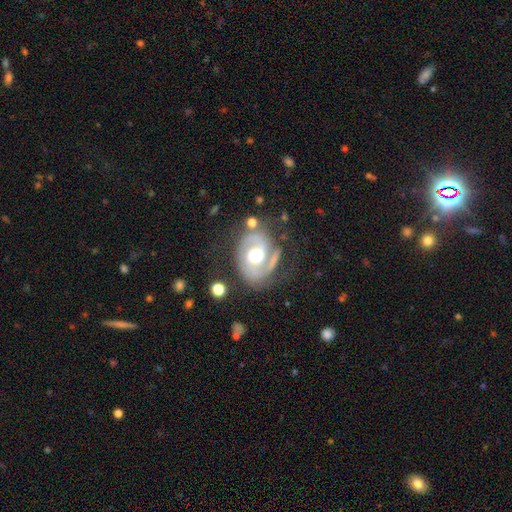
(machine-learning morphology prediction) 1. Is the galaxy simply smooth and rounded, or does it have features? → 82% featured or disk, 13% smooth, 5% star or artifact.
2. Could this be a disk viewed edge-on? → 97% no, 3% yes.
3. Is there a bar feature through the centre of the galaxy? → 51% no, 36% weak, 13% strong.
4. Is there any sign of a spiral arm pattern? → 87% yes, 13% no.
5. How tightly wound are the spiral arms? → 45% medium, 38% tight, 17% loose.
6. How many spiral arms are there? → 75% 2, 10% 1, 9% can't tell, 3% 3, 1% 4, 1% more than 4.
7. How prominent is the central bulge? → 61% moderate, 30% large, 5% small, 3% dominant, 1% none.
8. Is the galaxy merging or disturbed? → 60% none, 21% minor disturbance, 14% major disturbance, 5% merger.